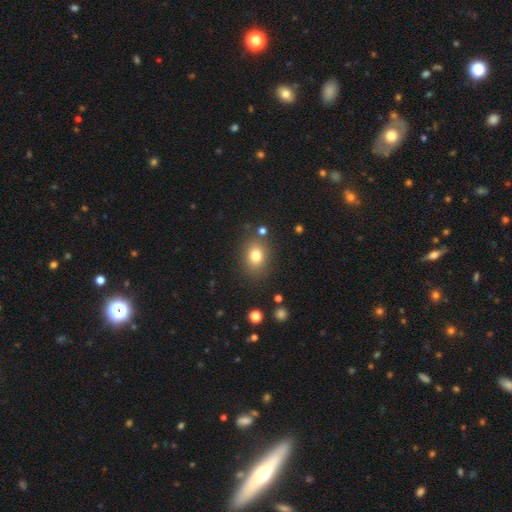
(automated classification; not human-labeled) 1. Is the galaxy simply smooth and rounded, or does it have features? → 79% smooth, 12% star or artifact, 9% featured or disk.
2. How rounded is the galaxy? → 58% in between, 41% round, 1% cigar-shaped.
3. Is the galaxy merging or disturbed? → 82% none, 11% minor disturbance, 4% merger, 4% major disturbance.